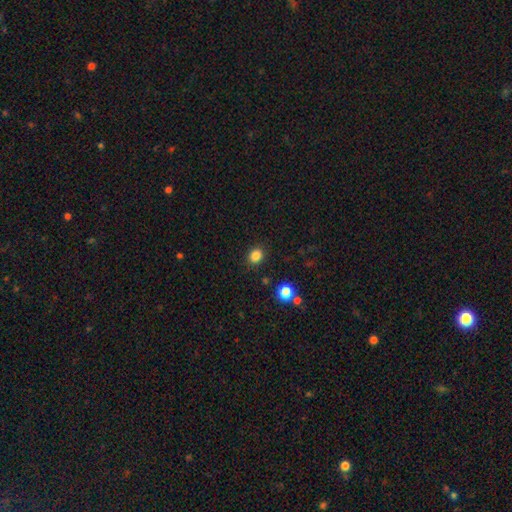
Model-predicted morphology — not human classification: This is clearly a smooth galaxy (84%). How rounded: likely round (65%). Merging: clearly none (87%).